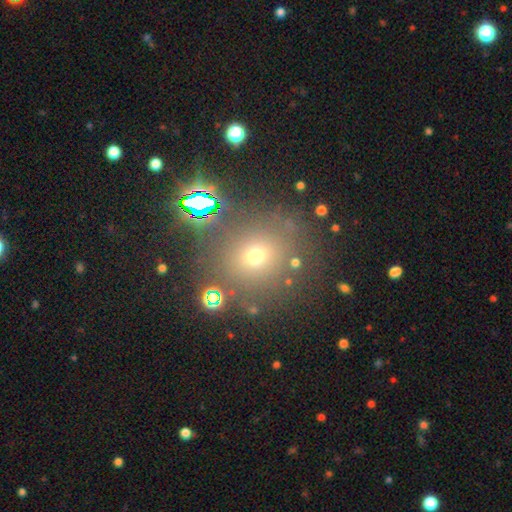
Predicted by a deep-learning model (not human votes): Smooth or featured: smooth — 63% (star or artifact — 27%)
How rounded: round — 82% (in between — 17%)
Merging: none — 78% (minor disturbance — 10%)